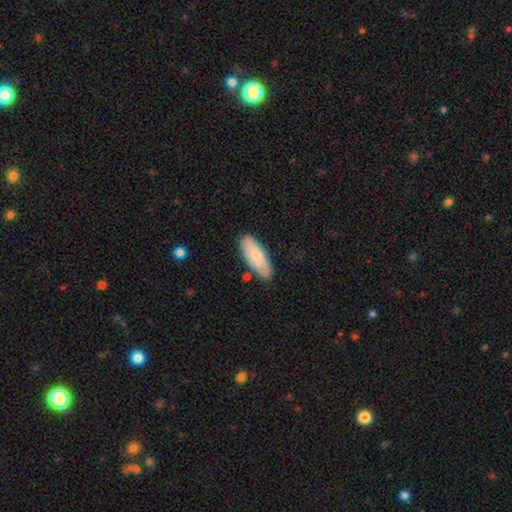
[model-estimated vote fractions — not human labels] Morphology: type=smooth (82%); roundness=in between (72%); merging=none (79%).